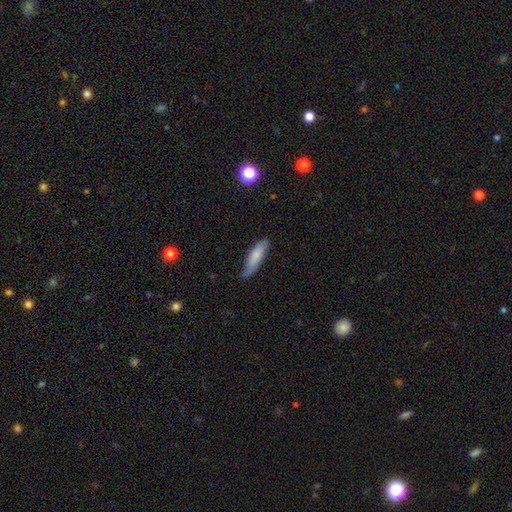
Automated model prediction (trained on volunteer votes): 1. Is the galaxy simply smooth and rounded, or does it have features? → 71% smooth, 23% featured or disk, 6% star or artifact.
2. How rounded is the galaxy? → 61% cigar-shaped, 37% in between, 2% round.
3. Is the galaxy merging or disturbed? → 66% none, 27% minor disturbance, 5% major disturbance, 2% merger.